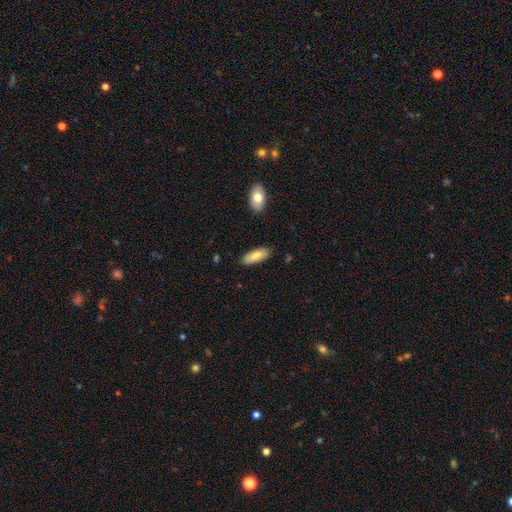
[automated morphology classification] Q: Smooth or featured?
A: smooth (81%); runner-up: featured or disk (14%)
Q: How rounded?
A: in between (78%); runner-up: cigar-shaped (21%)
Q: Merging?
A: none (85%); runner-up: minor disturbance (11%)